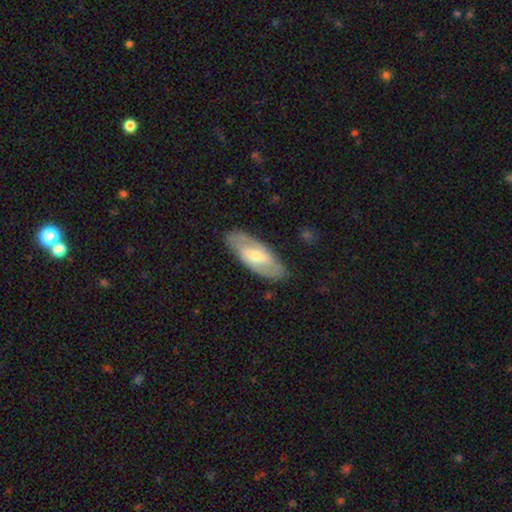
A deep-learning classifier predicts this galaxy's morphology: smooth_or_featured: featured or disk (p=0.62) [alt: smooth p=0.32]
disk_edge_on: no (p=0.86) [alt: yes p=0.14]
bar: weak (p=0.45) [alt: strong p=0.34]
has_spiral_arms: yes (p=0.70) [alt: no p=0.30]
bulge_size: moderate (p=0.54) [alt: small p=0.39]
merging: none (p=0.84) [alt: minor disturbance p=0.11]